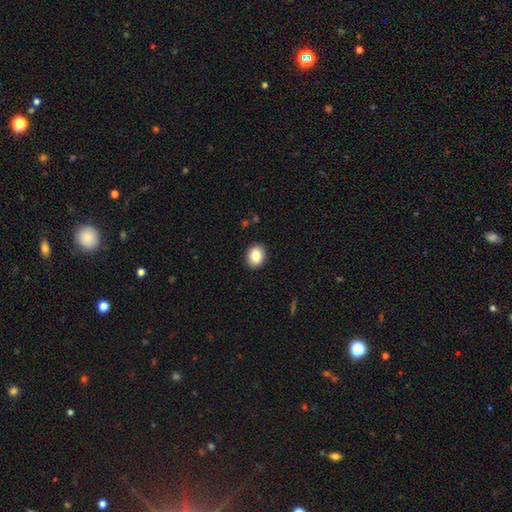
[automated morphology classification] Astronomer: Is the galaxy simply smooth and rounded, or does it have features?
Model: smooth — 84%.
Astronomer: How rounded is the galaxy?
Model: round — 52% (runner-up: in between, 47%).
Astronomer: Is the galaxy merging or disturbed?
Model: none — 90%.